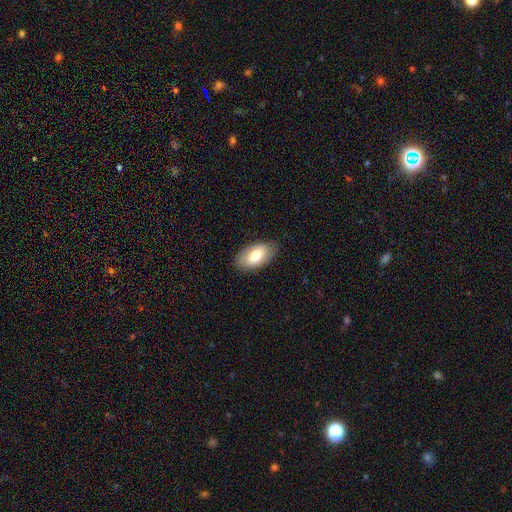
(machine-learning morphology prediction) The model was most divided on "smooth or featured": smooth: 78%, featured or disk: 16%, star or artifact: 6%. More confident: how rounded — in between (94%); merging — none (85%).